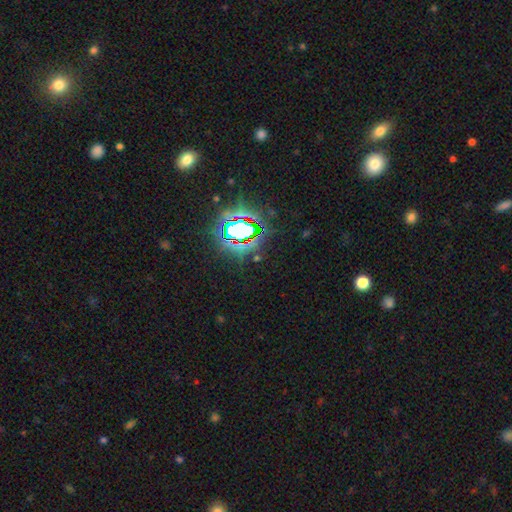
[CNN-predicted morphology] Smooth or featured? star or artifact (80%)